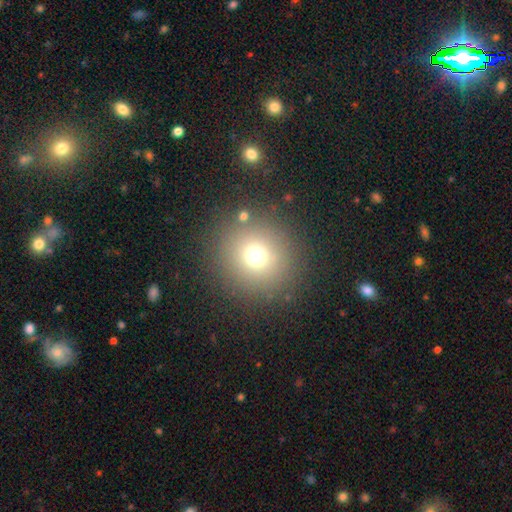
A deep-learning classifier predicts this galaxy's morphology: Smooth or featured?
  - smooth: 69% *
  - star or artifact: 21%
  - featured or disk: 10%
How rounded?
  - round: 93% *
  - in between: 6%
  - cigar-shaped: 1%
Merging?
  - none: 86% *
  - minor disturbance: 7%
  - major disturbance: 5%
  - merger: 3%